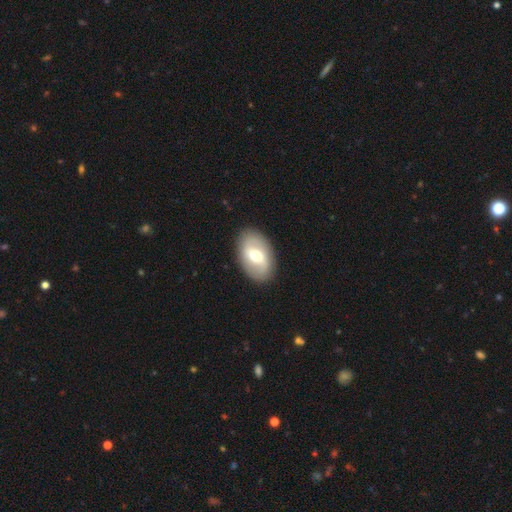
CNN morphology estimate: Smooth or featured? featured or disk (48%)
Merging? none (87%)